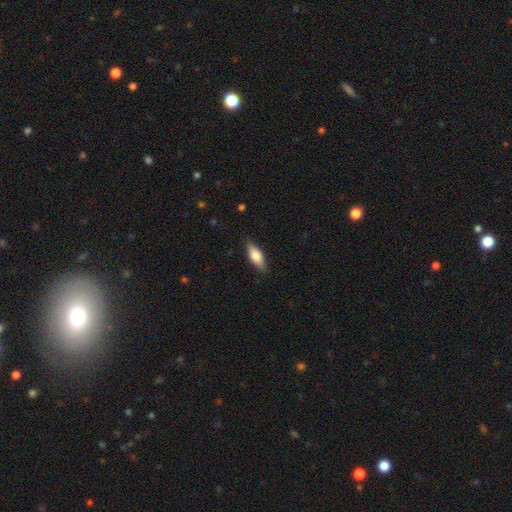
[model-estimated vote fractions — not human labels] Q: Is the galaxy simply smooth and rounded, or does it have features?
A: smooth — 72%.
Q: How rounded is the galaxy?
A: in between — 69%.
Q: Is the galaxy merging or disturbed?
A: none — 84%.